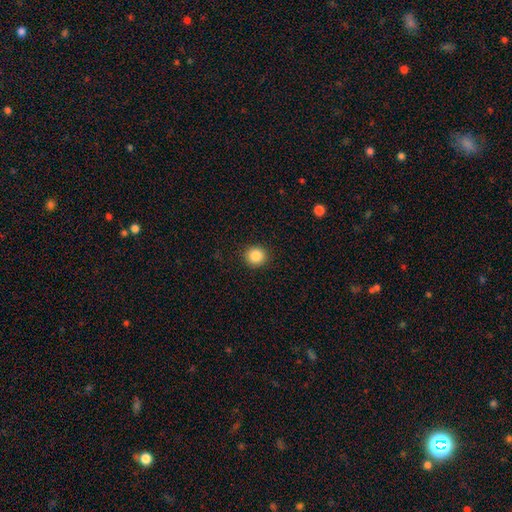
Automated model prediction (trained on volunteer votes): smooth_or_featured: smooth (p=0.86) [alt: star or artifact p=0.09]
how_rounded: round (p=0.91) [alt: in between p=0.08]
merging: none (p=0.91) [alt: minor disturbance p=0.06]